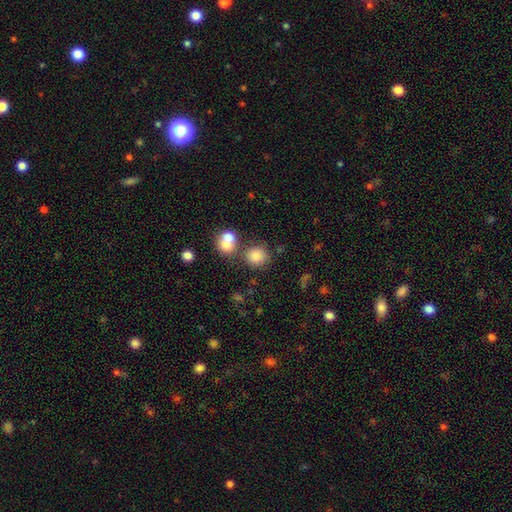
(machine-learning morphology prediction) The model was most divided on "merging": none: 63%, merger: 23%, minor disturbance: 10%, major disturbance: 4%. More confident: how rounded — round (85%); smooth or featured — smooth (80%).